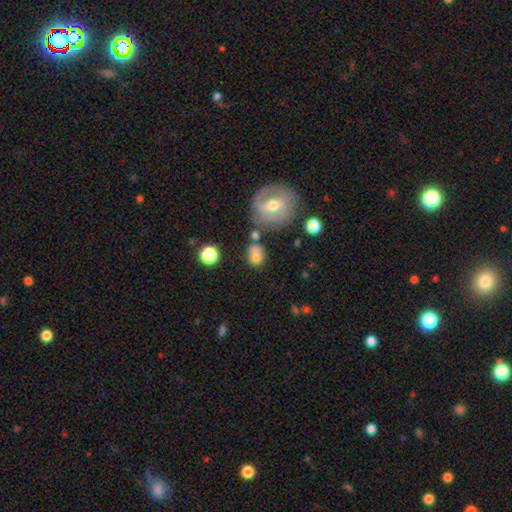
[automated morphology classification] This appears to be a smooth galaxy with no disk features (71%) that is round (59%). Merging: none (53%).